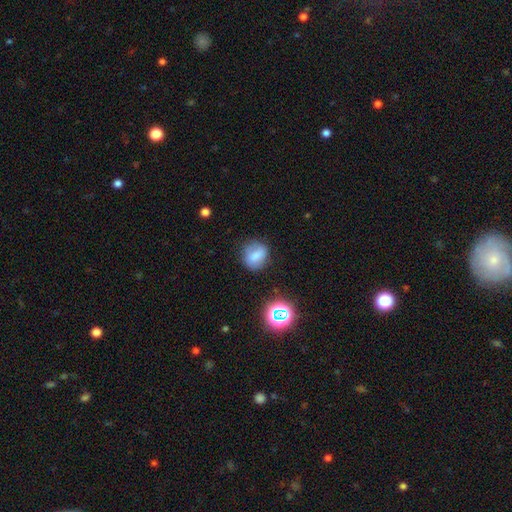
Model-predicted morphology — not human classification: type=smooth (74%); roundness=round (65%); merging=none (75%).